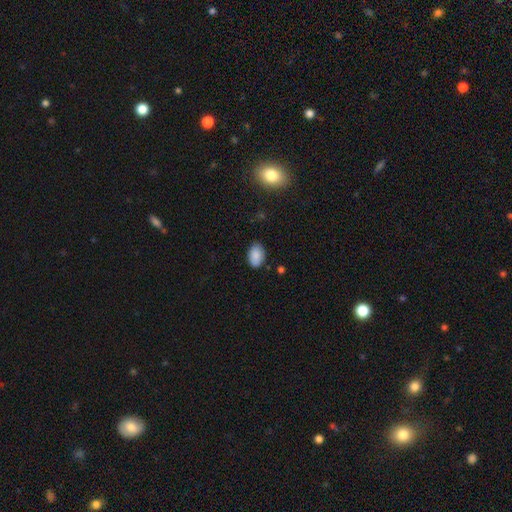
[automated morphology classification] Smooth or featured: smooth — 87% (star or artifact — 8%)
How rounded: in between — 88% (round — 11%)
Merging: none — 83% (minor disturbance — 13%)